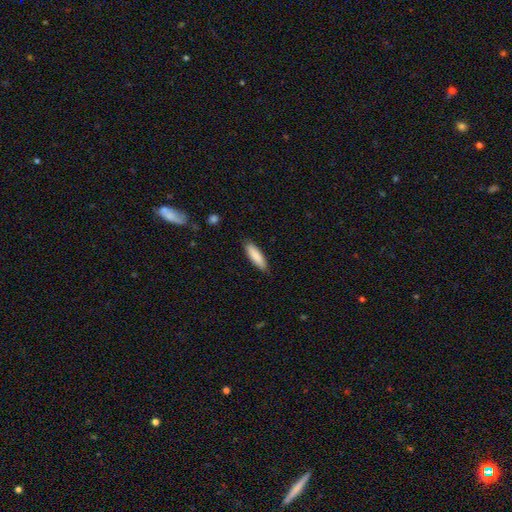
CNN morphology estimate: Smooth or featured?
  - smooth: 88% *
  - featured or disk: 7%
  - star or artifact: 5%
How rounded?
  - cigar-shaped: 60% *
  - in between: 39%
  - round: 1%
Merging?
  - none: 87% *
  - minor disturbance: 10%
  - major disturbance: 2%
  - merger: 1%